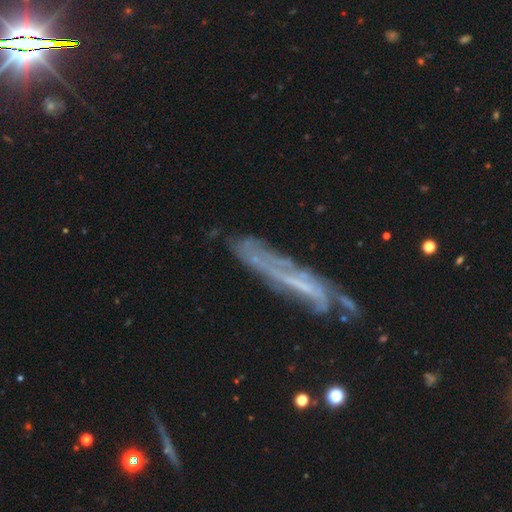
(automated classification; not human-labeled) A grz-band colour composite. It shows a featured or disk galaxy (66%). Merging: none (36%).